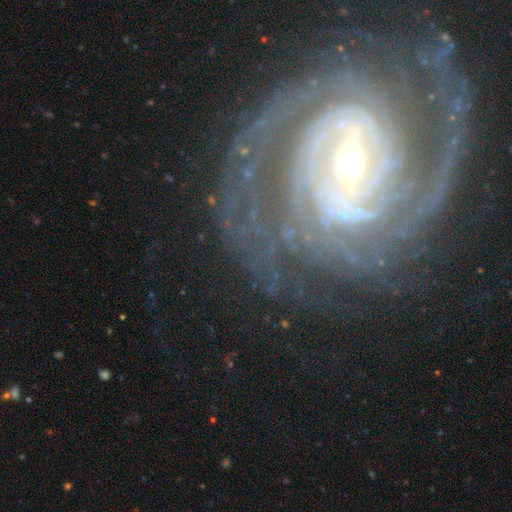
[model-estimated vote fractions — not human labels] A featured or disk galaxy (90%) with a strong bar (46%), 2 (28%) tight (71%) spiral arms (98%) and a small central bulge (66%).

Vote fractions:
- Smooth or featured? featured or disk: 90% / star or artifact: 6% / smooth: 4%
- Edge-on disk? no: 97% / yes: 3%
- Bar? strong: 46% / weak: 36% / no: 18%
- Spiral arms? yes: 98% / no: 2%
- Spiral winding? tight: 71% / medium: 24% / loose: 5%
- Spiral arm count? 2: 28% / can't tell: 22% / 3: 16% / 4: 15% / more than 4: 11% / 1: 8%
- Bulge size? small: 66% / moderate: 28% / large: 3% / none: 1% / dominant: 1%
- Merging? none: 73% / minor disturbance: 14% / major disturbance: 10% / merger: 2%